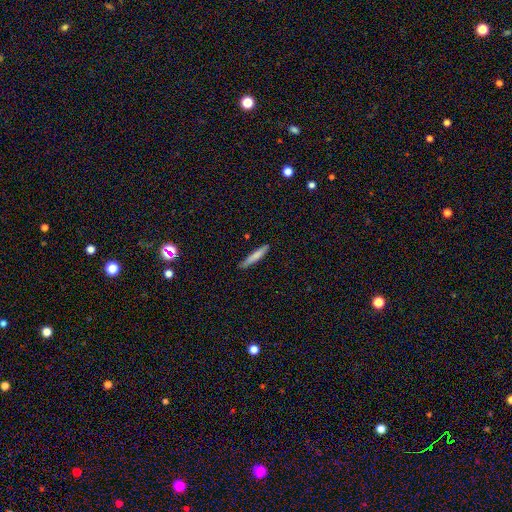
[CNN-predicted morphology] This is likely a smooth galaxy (77%). How rounded: clearly cigar-shaped (93%). Merging: clearly none (85%).